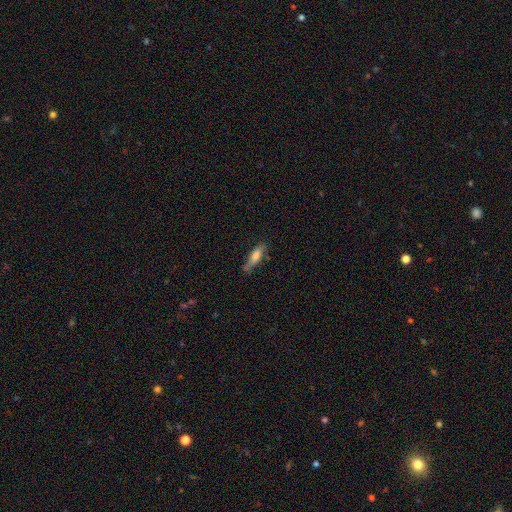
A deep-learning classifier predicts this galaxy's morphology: Smooth or featured?
  - smooth: 66% *
  - featured or disk: 27%
  - star or artifact: 7%
How rounded?
  - cigar-shaped: 60% *
  - in between: 38%
  - round: 2%
Merging?
  - none: 65% *
  - minor disturbance: 26%
  - major disturbance: 6%
  - merger: 4%